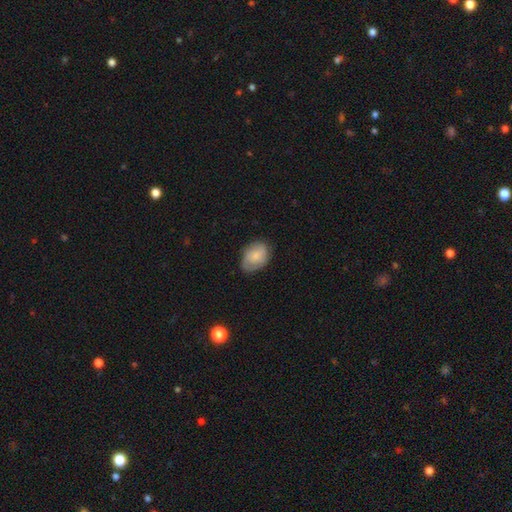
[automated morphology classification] Smooth or featured? Predicted: smooth (p=0.65). How rounded? Predicted: in between (p=0.76). Merging? Predicted: none (p=0.71).